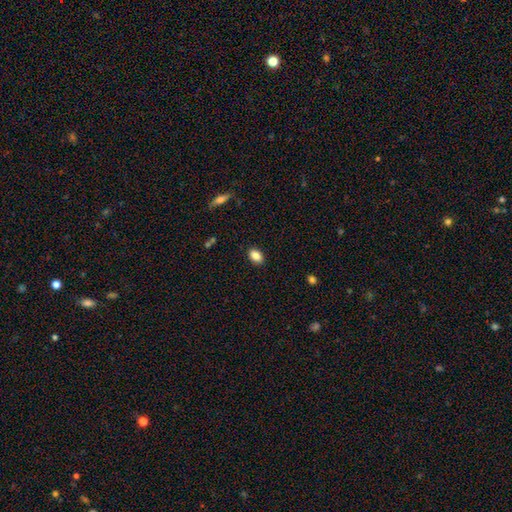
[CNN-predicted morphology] Overall: smooth (86%). How rounded: in between (85%). Merging: none (89%).